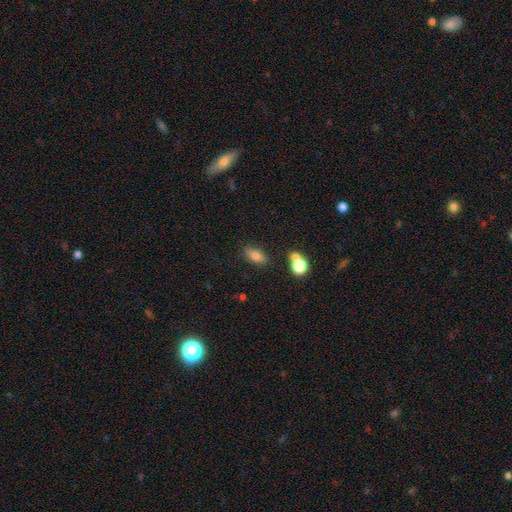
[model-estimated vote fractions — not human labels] This appears to be a smooth galaxy with no disk features (79%) that is in between round and cigar-shaped (82%). Merging: none (77%).